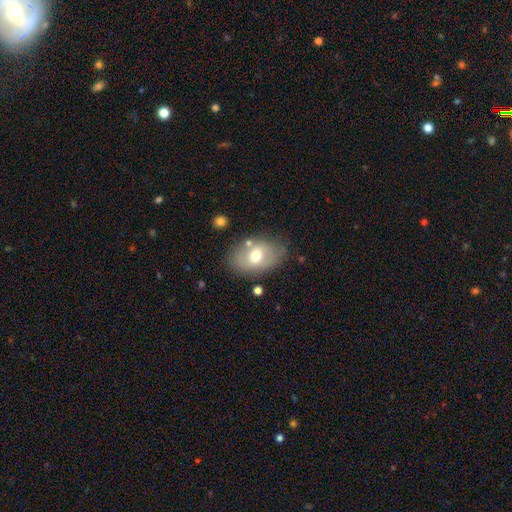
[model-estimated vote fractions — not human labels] Q: Smooth or featured?
A: smooth (60%); runner-up: featured or disk (32%)
Q: How rounded?
A: in between (84%); runner-up: round (15%)
Q: Merging?
A: none (72%); runner-up: minor disturbance (17%)